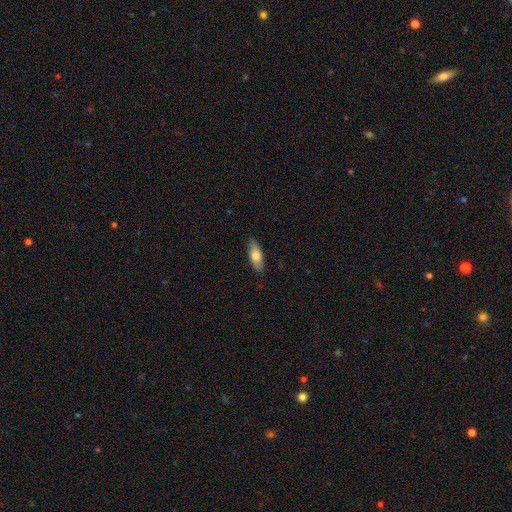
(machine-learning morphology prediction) A smooth galaxy with no disk features (75%) that is in between round and cigar-shaped (74%). Merging: none (87%).